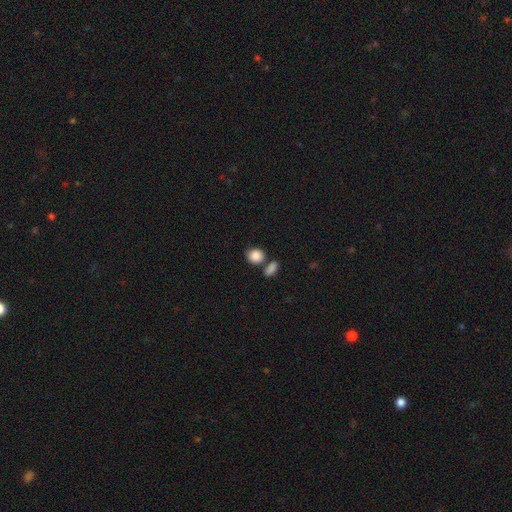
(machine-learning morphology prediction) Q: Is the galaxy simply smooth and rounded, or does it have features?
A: smooth — 87%.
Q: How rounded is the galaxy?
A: round — 63%.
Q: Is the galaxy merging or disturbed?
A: none — 59%.